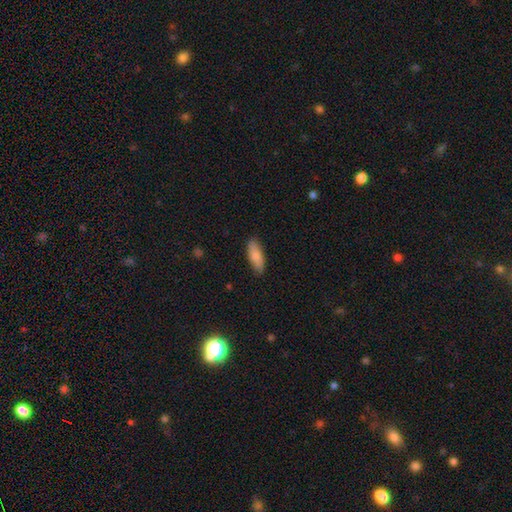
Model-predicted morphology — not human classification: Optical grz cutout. It shows a smooth galaxy with no disk features (83%) that is in between round and cigar-shaped (62%). Merging: none (85%).